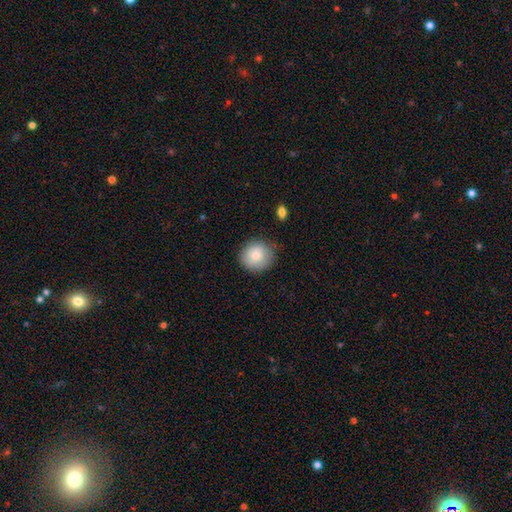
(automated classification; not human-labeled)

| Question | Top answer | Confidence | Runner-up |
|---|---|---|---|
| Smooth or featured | smooth | 82% | featured or disk (11%) |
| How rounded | round | 89% | in between (10%) |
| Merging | none | 83% | minor disturbance (12%) |